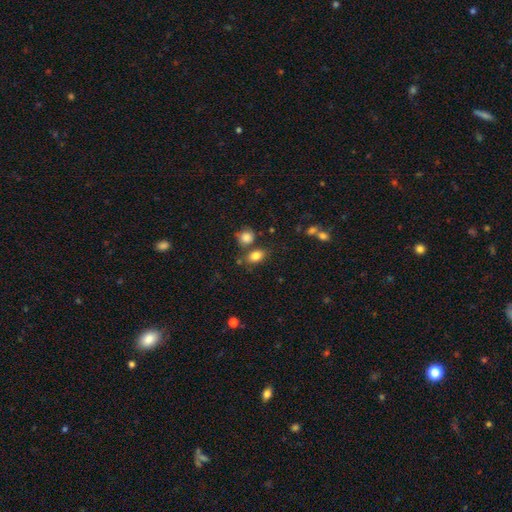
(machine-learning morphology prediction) Overall: smooth (83%). How rounded: in between (72%). Merging: none (66%).